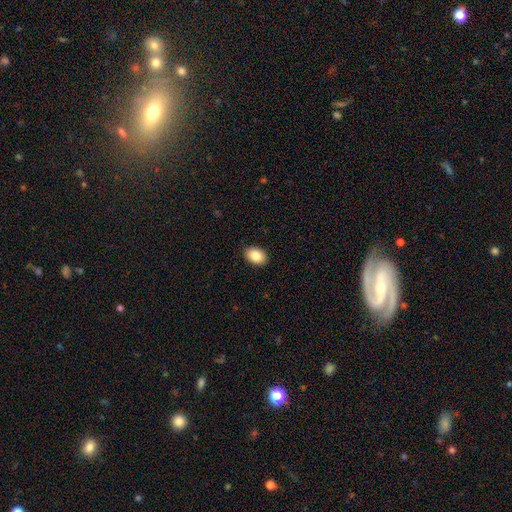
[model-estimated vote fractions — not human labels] A smooth galaxy with no disk features (85%) that is in between round and cigar-shaped (83%). Merging: none (90%).